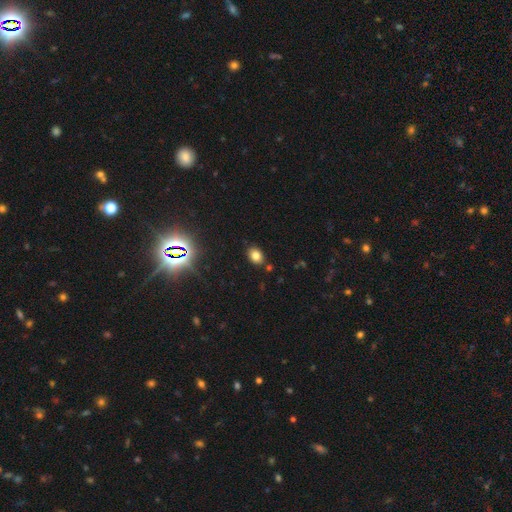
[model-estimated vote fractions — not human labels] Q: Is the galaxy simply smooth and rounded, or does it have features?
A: smooth — 76%.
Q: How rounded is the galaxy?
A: in between — 66%.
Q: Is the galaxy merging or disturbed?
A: none — 83%.